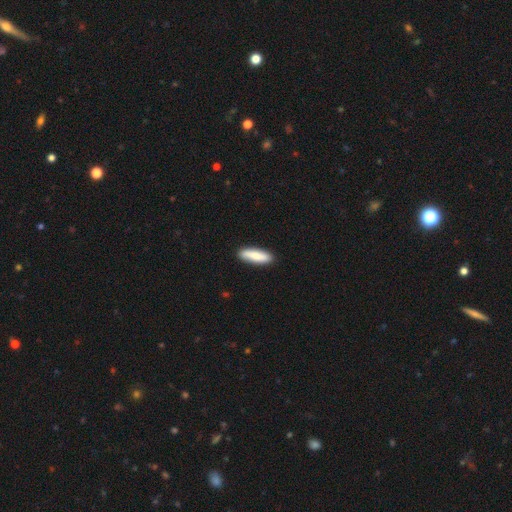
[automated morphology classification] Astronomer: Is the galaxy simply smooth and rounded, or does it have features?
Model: smooth — 84%.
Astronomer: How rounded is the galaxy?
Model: cigar-shaped — 61% (runner-up: in between, 37%).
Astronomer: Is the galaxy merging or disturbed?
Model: none — 89%.